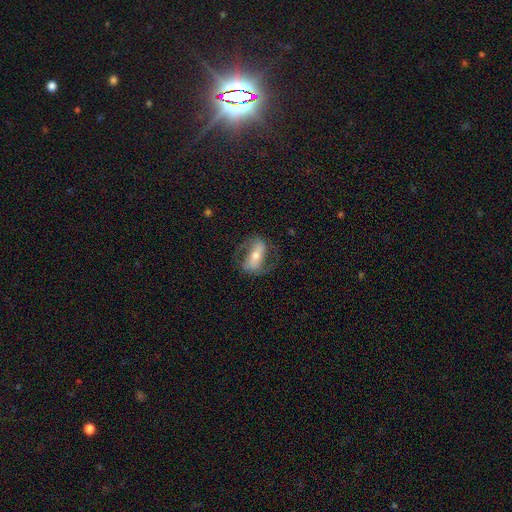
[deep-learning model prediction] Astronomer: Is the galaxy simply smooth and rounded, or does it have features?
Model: featured or disk — 72%.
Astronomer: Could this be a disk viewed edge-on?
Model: no — 91%.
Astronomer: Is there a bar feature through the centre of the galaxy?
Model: strong — 60%.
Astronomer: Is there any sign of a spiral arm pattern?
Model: yes — 81%.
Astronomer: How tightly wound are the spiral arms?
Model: medium — 49% (runner-up: loose, 27%).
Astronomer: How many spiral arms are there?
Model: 2 — 87%.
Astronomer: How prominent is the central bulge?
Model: moderate — 52% (runner-up: small, 37%).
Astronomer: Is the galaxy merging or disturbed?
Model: none — 71%.